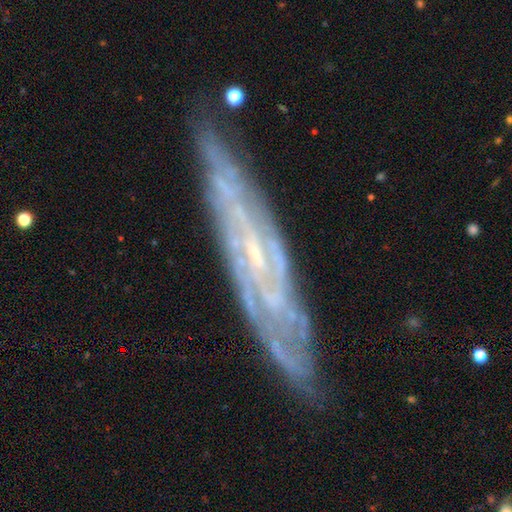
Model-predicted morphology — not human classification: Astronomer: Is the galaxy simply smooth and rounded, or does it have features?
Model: featured or disk — 84%.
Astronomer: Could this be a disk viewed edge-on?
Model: no — 65%.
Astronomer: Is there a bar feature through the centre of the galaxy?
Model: no — 50% (runner-up: weak, 35%).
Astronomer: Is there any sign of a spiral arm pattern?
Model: yes — 93%.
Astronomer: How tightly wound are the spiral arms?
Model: tight — 60%.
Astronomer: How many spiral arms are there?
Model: can't tell — 40% (runner-up: 2, 27%).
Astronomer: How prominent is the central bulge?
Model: small — 80%.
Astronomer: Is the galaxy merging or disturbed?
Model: none — 78%.